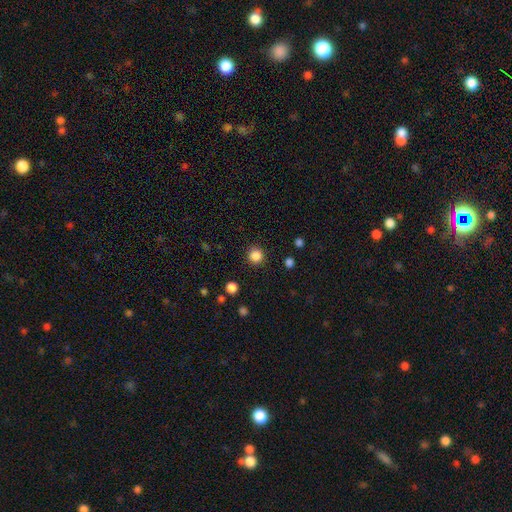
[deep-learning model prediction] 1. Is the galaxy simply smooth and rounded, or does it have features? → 86% smooth, 11% star or artifact, 3% featured or disk.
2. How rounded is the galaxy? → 94% round, 5% in between, 1% cigar-shaped.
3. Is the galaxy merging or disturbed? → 91% none, 5% minor disturbance, 2% major disturbance, 1% merger.